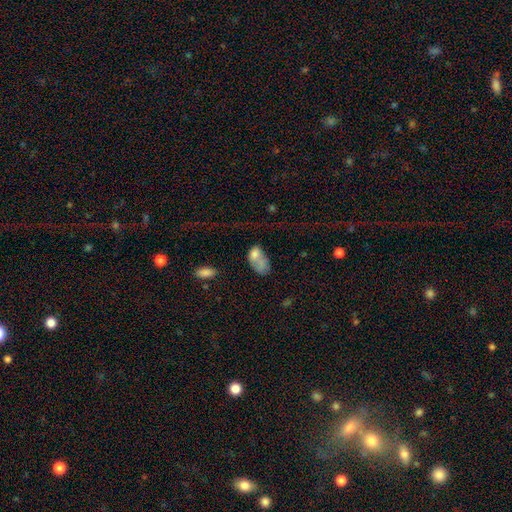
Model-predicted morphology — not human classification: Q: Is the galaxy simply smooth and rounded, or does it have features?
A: smooth — 69%.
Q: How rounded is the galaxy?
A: in between — 87%.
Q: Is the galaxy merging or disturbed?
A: merger — 35%.